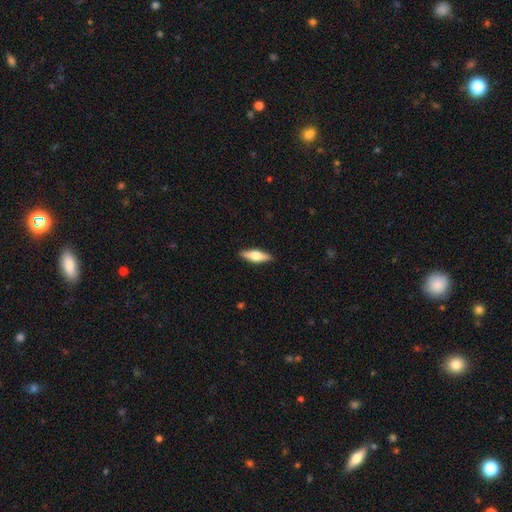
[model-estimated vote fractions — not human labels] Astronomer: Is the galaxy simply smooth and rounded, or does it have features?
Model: smooth — 52% (runner-up: featured or disk, 43%).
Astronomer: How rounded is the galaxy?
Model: cigar-shaped — 51% (runner-up: in between, 47%).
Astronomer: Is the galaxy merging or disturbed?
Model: none — 90%.